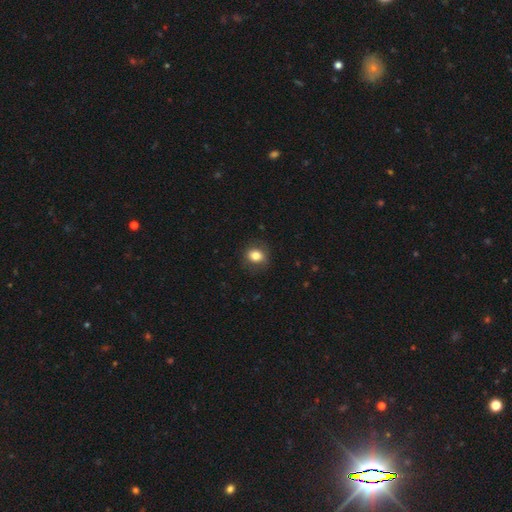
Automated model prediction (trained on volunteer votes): Q: Smooth or featured?
A: smooth (79%); runner-up: featured or disk (11%)
Q: How rounded?
A: round (56%); runner-up: in between (43%)
Q: Merging?
A: none (81%); runner-up: minor disturbance (14%)